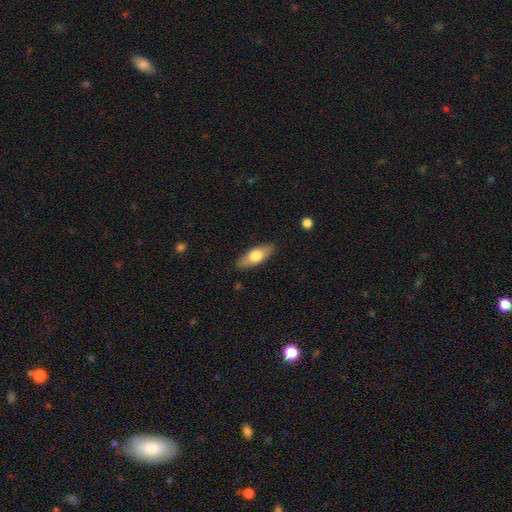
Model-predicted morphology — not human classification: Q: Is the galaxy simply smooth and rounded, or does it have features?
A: smooth — 65%.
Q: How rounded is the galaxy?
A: in between — 72%.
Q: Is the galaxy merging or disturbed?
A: none — 86%.